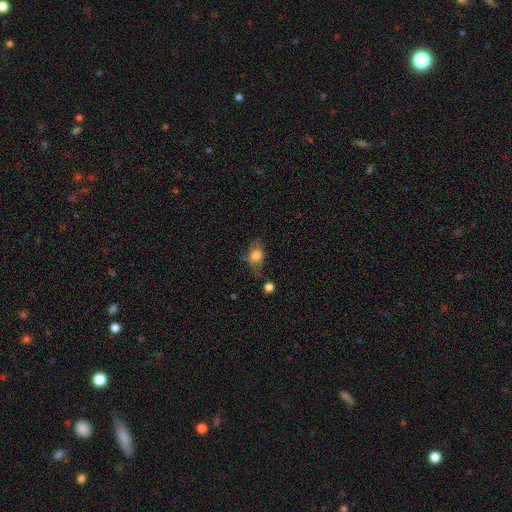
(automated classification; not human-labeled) A smooth galaxy with no disk features (73%) that is in between round and cigar-shaped (65%).

Vote fractions:
- Smooth or featured? smooth: 73% / featured or disk: 17% / star or artifact: 9%
- How rounded? in between: 65% / round: 33% / cigar-shaped: 2%
- Merging? none: 48% / minor disturbance: 29% / major disturbance: 16% / merger: 7%